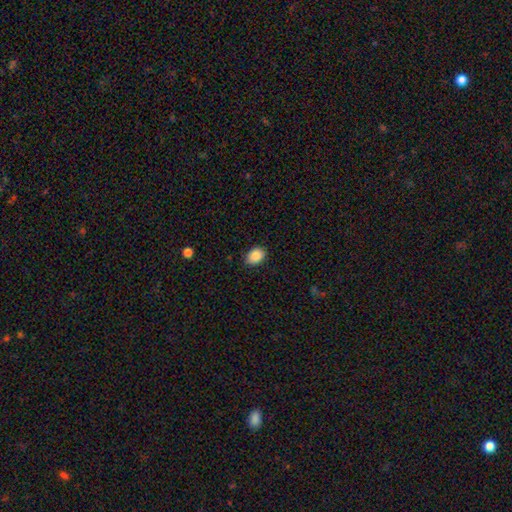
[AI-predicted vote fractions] smooth 89%, star or artifact 8%, featured or disk 4%. Down the decision tree: how rounded — in between (72%); merging — none (85%).